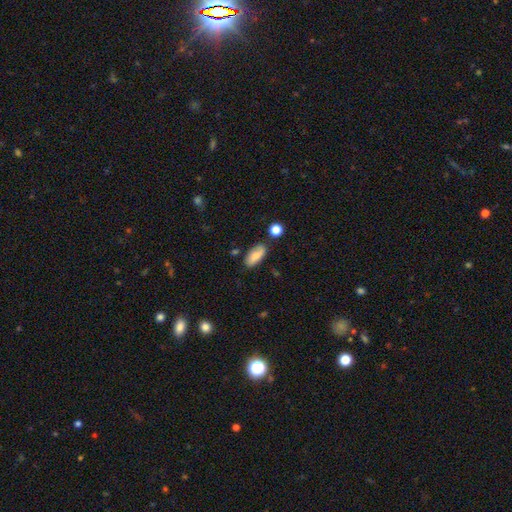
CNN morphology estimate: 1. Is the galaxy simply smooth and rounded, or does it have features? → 77% smooth, 16% featured or disk, 8% star or artifact.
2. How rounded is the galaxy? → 84% in between, 12% cigar-shaped, 3% round.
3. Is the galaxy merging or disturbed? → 76% none, 16% minor disturbance, 4% merger, 3% major disturbance.